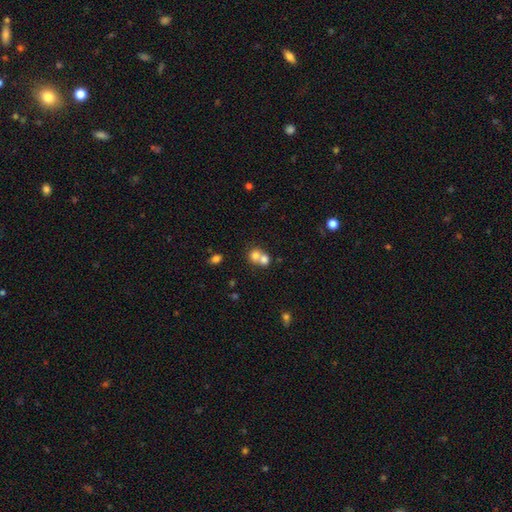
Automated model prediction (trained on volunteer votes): Smooth or featured? Predicted: smooth (p=0.73). How rounded? Predicted: round (p=0.71). Merging? Predicted: merger (p=0.65).